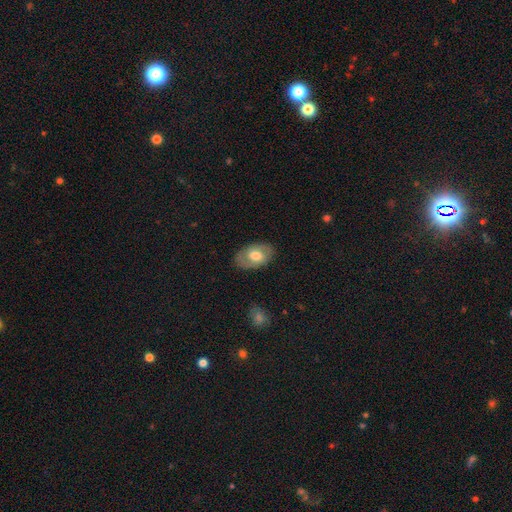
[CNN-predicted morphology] Smooth or featured? Predicted: smooth (p=0.58). How rounded? Predicted: in between (p=0.88). Merging? Predicted: none (p=0.83).